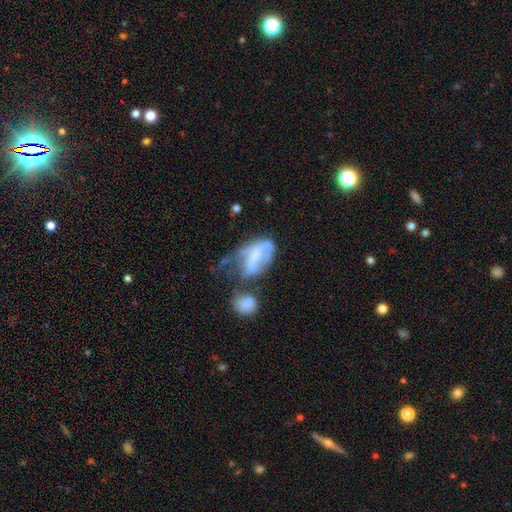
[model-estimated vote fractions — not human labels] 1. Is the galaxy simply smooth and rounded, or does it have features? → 57% featured or disk, 34% smooth, 9% star or artifact.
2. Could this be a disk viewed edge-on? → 94% no, 6% yes.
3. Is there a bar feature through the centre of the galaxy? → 44% no, 34% weak, 22% strong.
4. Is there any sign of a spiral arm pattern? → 56% no, 44% yes.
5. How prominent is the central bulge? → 32% small, 31% moderate, 27% none, 8% large, 2% dominant.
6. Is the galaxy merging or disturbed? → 41% major disturbance, 25% merger, 19% minor disturbance, 16% none.